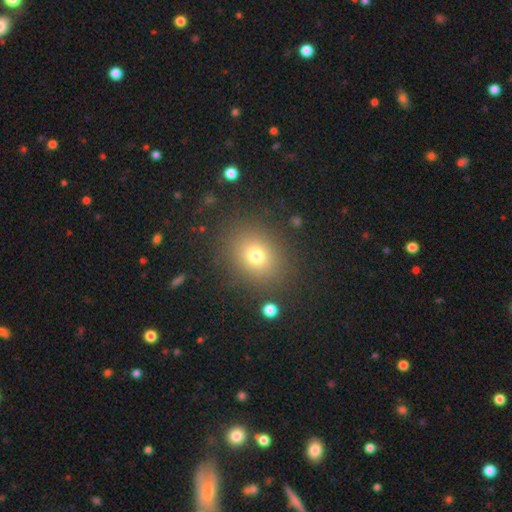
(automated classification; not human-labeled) Smooth or featured: smooth — 73% (star or artifact — 16%)
How rounded: round — 59% (in between — 40%)
Merging: none — 85% (minor disturbance — 9%)